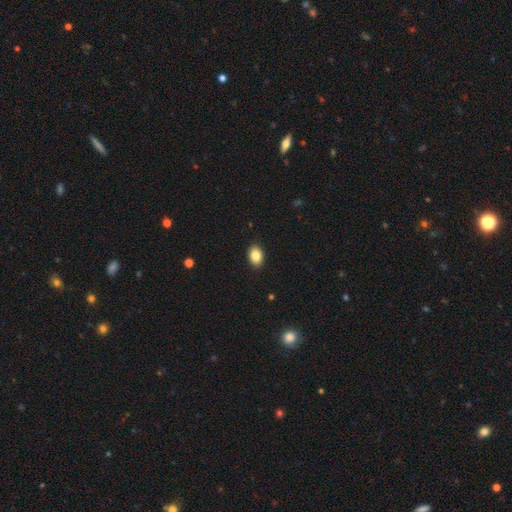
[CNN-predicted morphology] smooth 85%, star or artifact 8%, featured or disk 6%. Down the decision tree: how rounded — in between (82%); merging — none (90%).